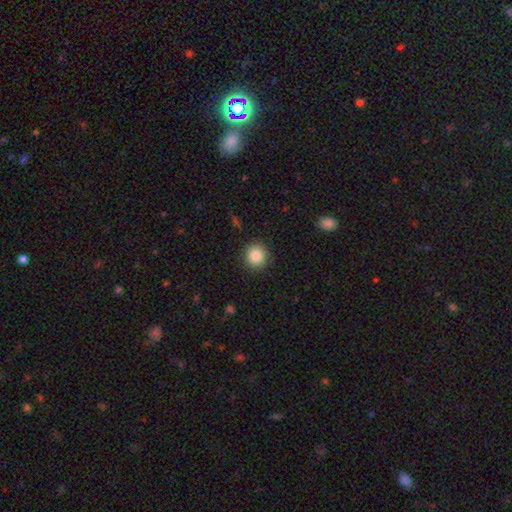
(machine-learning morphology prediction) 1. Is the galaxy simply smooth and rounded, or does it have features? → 86% smooth, 9% star or artifact, 5% featured or disk.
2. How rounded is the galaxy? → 92% round, 7% in between, 1% cigar-shaped.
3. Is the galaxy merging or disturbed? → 91% none, 6% minor disturbance, 2% major disturbance, 1% merger.